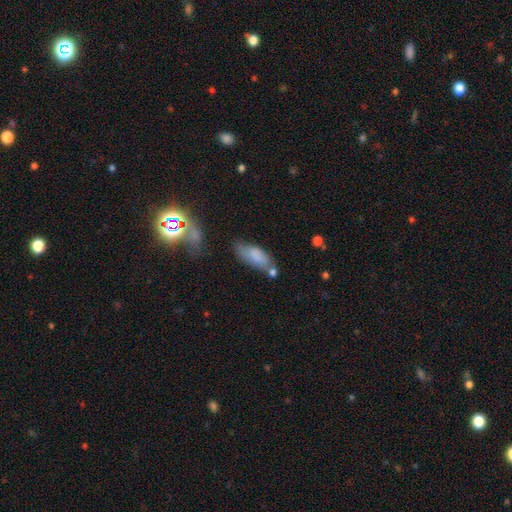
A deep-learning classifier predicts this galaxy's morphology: This is likely a smooth galaxy (75%). How rounded: likely in between (75%). Merging: possibly none (51%).